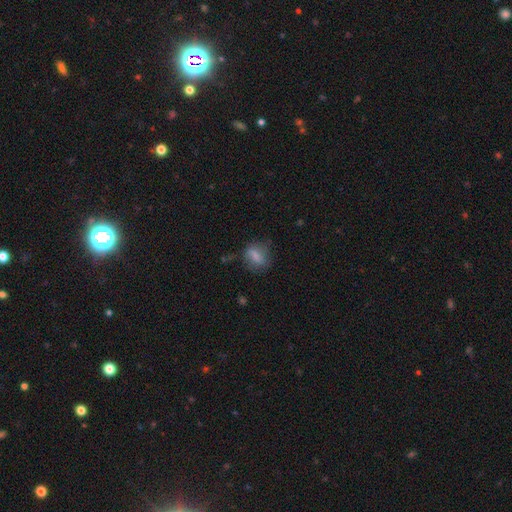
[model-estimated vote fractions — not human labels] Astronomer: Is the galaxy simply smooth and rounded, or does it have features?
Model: smooth — 69%.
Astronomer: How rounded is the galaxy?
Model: in between — 62%.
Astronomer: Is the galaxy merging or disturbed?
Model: none — 58%.